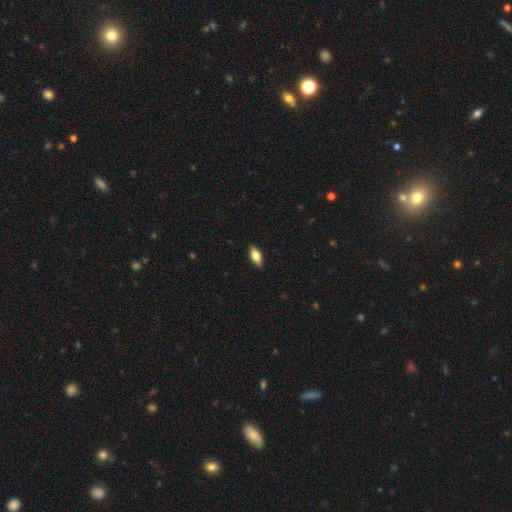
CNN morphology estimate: Smooth or featured?
  - smooth: 56% *
  - featured or disk: 37%
  - star or artifact: 7%
How rounded?
  - in between: 75% *
  - cigar-shaped: 22%
  - round: 4%
Merging?
  - none: 89% *
  - minor disturbance: 9%
  - major disturbance: 2%
  - merger: 1%